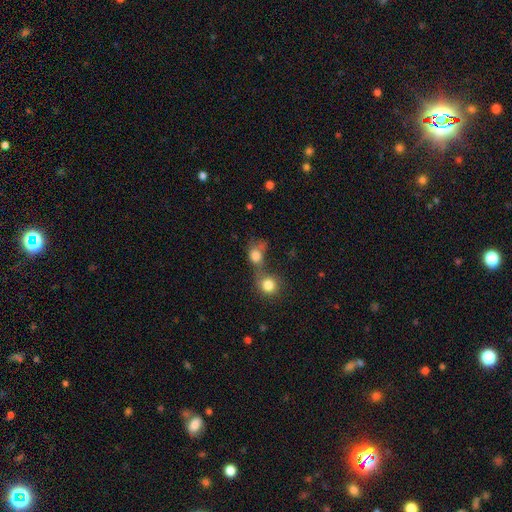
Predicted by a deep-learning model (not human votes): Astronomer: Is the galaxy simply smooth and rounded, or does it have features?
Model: smooth — 78%.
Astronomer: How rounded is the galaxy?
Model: round — 65%.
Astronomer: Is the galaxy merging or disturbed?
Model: merger — 58%.